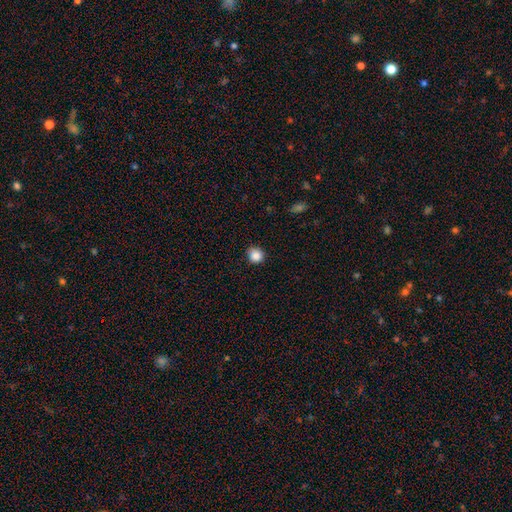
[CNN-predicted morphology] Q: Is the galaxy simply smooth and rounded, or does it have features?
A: smooth — 86%.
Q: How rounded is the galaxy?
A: round — 86%.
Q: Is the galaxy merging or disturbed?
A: none — 85%.